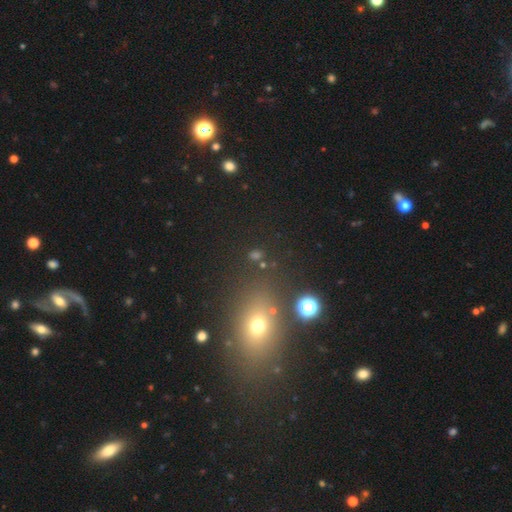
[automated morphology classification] smooth 50%, star or artifact 38%, featured or disk 12%. Down the decision tree: how rounded — round (57%); merging — none (77%).